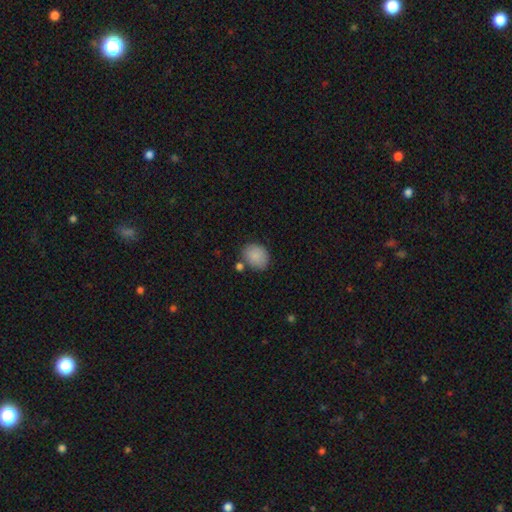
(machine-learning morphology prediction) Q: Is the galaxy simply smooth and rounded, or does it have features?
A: smooth — 88%.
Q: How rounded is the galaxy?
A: round — 52%.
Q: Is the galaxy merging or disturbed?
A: none — 71%.